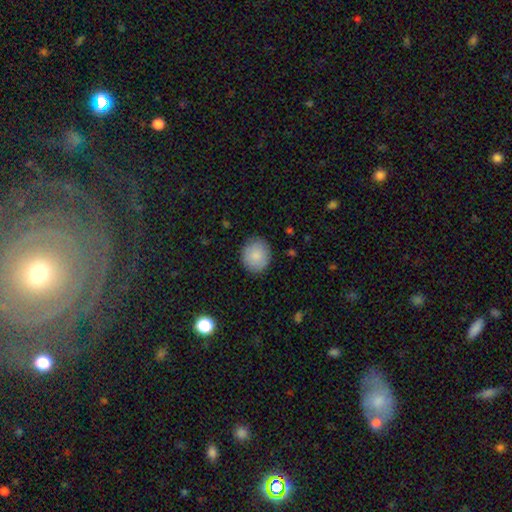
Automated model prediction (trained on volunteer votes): Smooth or featured? Predicted: smooth (p=0.86). How rounded? Predicted: round (p=0.80). Merging? Predicted: none (p=0.87).